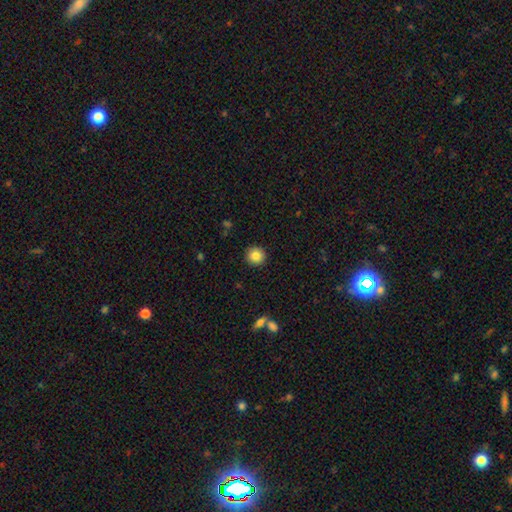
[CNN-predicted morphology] This is clearly a smooth galaxy (85%). How rounded: clearly round (94%). Merging: clearly none (92%).